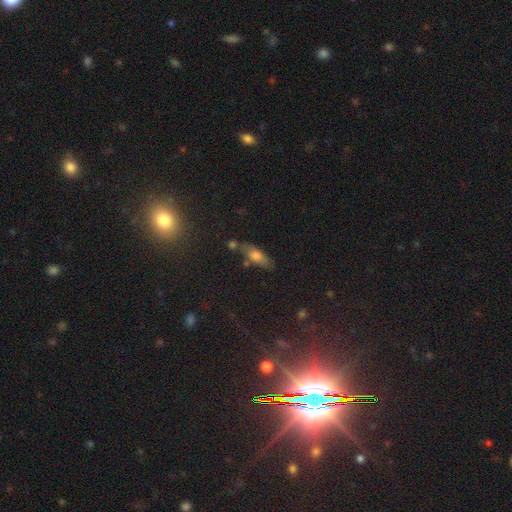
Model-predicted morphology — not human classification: Smooth or featured?
  - smooth: 63% *
  - featured or disk: 24%
  - star or artifact: 13%
How rounded?
  - in between: 61% *
  - cigar-shaped: 34%
  - round: 5%
Merging?
  - none: 62% *
  - minor disturbance: 19%
  - merger: 12%
  - major disturbance: 6%